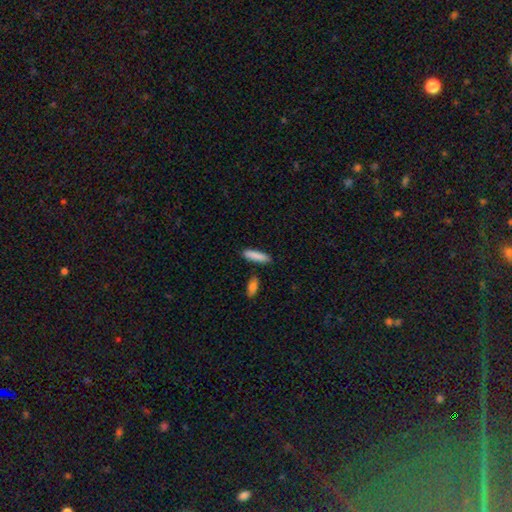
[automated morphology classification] This is clearly a smooth galaxy (87%). How rounded: likely cigar-shaped (72%). Merging: clearly none (85%).